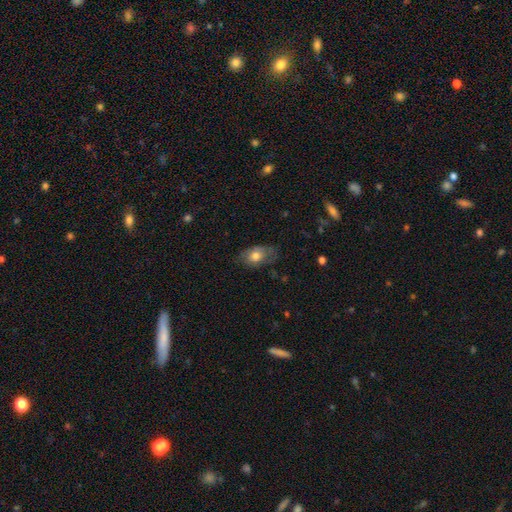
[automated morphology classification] type=smooth (66%); roundness=in between (85%); merging=none (61%).